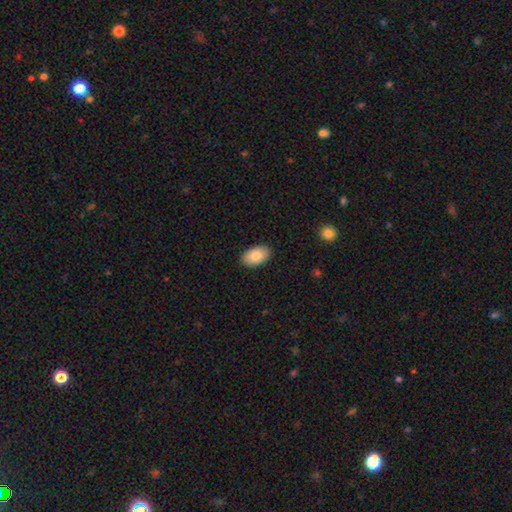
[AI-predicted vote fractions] Morphology: type=smooth (85%); roundness=in between (93%); merging=none (89%).